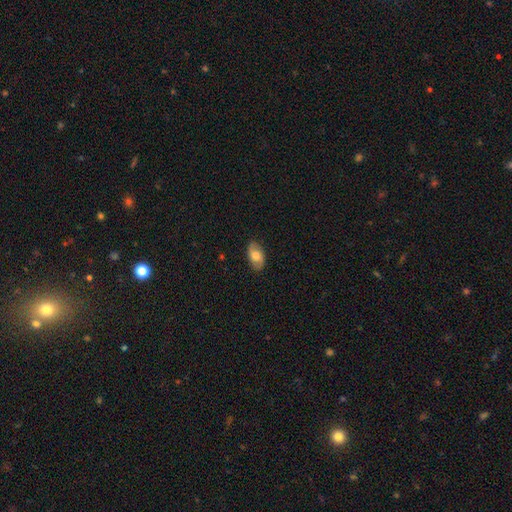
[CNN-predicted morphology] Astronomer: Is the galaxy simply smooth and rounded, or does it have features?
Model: smooth — 61%.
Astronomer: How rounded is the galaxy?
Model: in between — 92%.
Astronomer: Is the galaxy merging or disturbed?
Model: none — 84%.